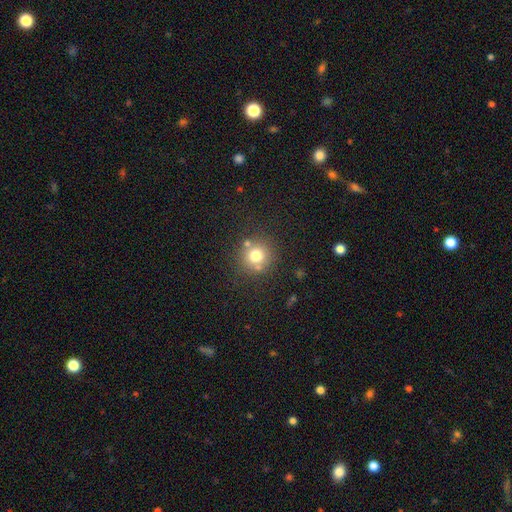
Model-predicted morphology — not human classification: A smooth galaxy with no disk features (74%) that is round (92%). Merging: none (76%).